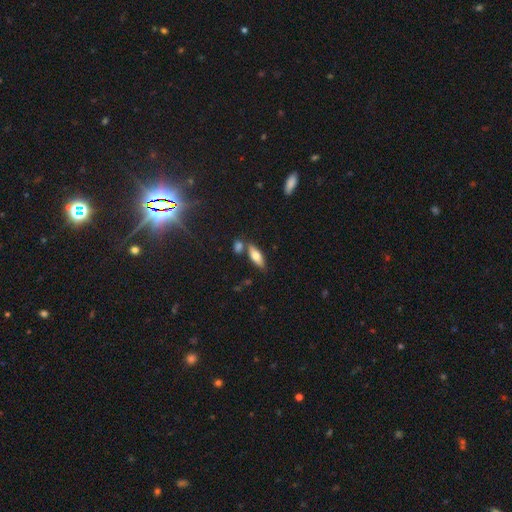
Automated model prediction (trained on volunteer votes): smooth 64%, featured or disk 29%, star or artifact 7%. Down the decision tree: how rounded — in between (64%); merging — none (71%).